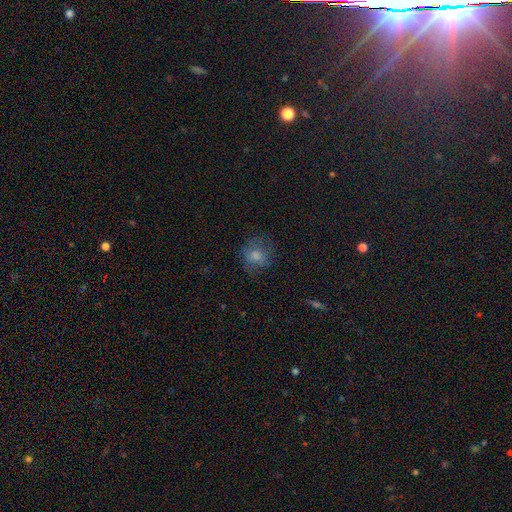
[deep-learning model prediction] Overall: smooth (73%). How rounded: round (75%). Merging: none (63%).